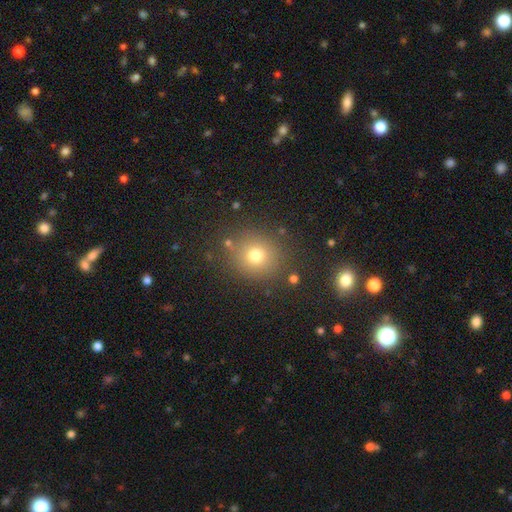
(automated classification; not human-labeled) Q: Smooth or featured?
A: smooth (73%); runner-up: star or artifact (17%)
Q: How rounded?
A: round (85%); runner-up: in between (14%)
Q: Merging?
A: none (83%); runner-up: minor disturbance (9%)